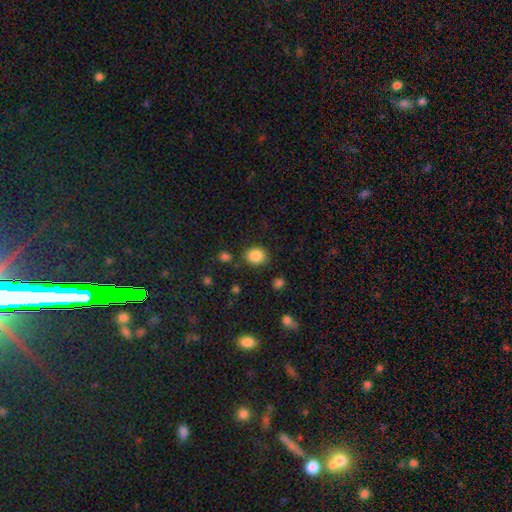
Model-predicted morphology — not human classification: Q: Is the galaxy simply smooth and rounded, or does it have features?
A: smooth — 86%.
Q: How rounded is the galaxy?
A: round — 52%.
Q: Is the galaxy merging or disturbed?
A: none — 80%.